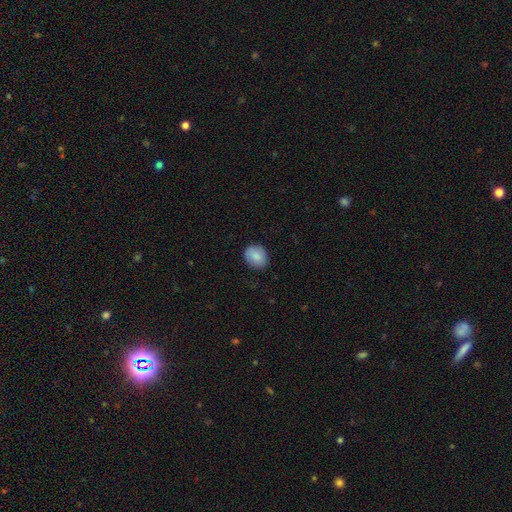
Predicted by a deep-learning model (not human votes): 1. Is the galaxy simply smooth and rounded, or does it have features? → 85% smooth, 7% featured or disk, 7% star or artifact.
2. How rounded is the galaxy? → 54% round, 45% in between, 1% cigar-shaped.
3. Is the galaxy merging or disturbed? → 84% none, 13% minor disturbance, 3% major disturbance, 1% merger.